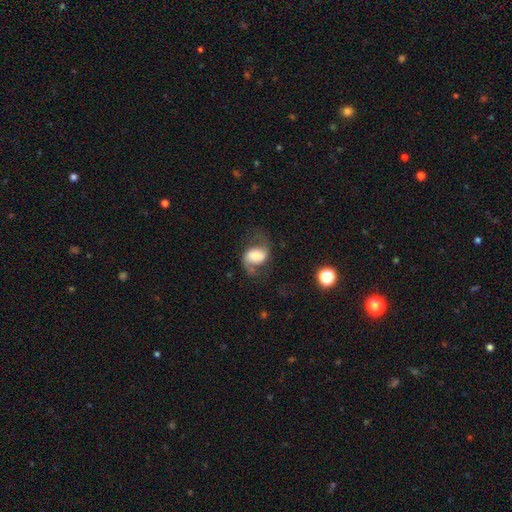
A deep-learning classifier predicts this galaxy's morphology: Smooth or featured: featured or disk — 64% (smooth — 28%)
Edge-on disk: no — 97% (yes — 3%)
Bar: no — 44% (weak — 35%)
Spiral arms: yes — 89% (no — 11%)
Spiral winding: loose — 56% (medium — 35%)
Spiral arm count: 2 — 90% (can't tell — 4%)
Bulge size: moderate — 49% (small — 25%)
Merging: none — 62% (minor disturbance — 19%)